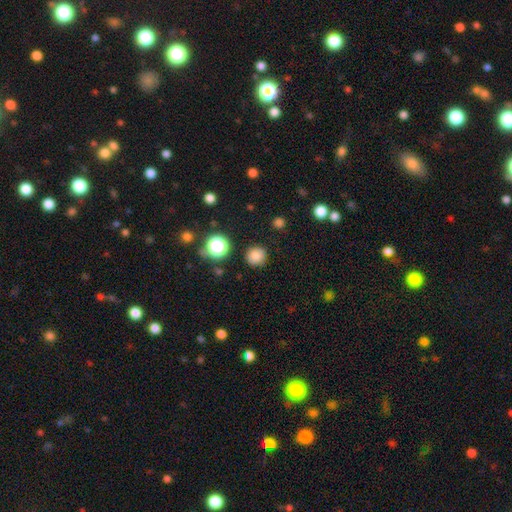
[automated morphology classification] This appears to be a smooth galaxy with no disk features (81%) that is round (92%). Merging: none (86%).